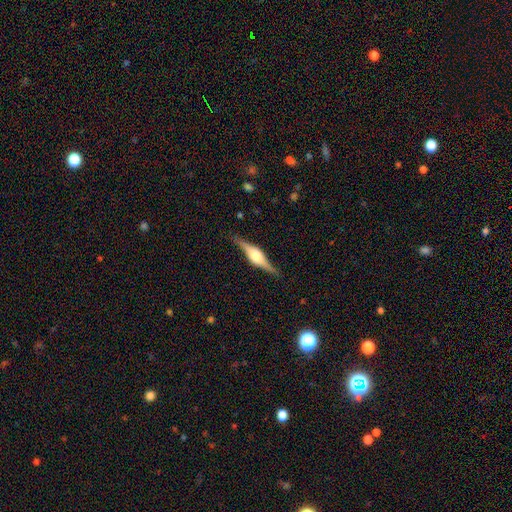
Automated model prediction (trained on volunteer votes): Smooth or featured? Predicted: featured or disk (p=0.80). Edge-on disk? Predicted: yes (p=0.97). Edge-on bulge? Predicted: rounded (p=0.87). Merging? Predicted: none (p=0.87).